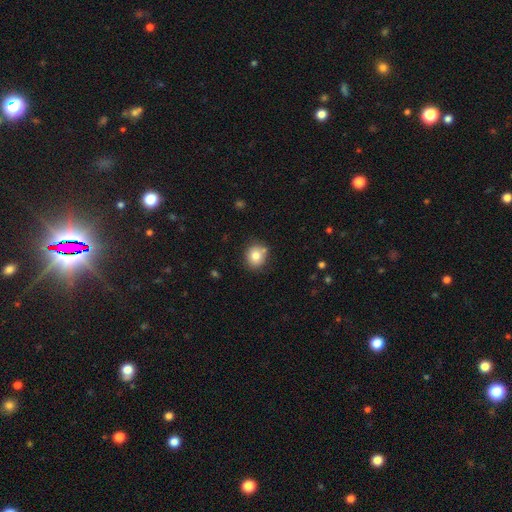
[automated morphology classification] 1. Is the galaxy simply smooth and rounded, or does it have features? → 79% smooth, 10% featured or disk, 10% star or artifact.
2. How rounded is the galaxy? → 80% round, 19% in between, 1% cigar-shaped.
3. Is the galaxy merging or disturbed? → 76% none, 14% minor disturbance, 8% merger, 3% major disturbance.